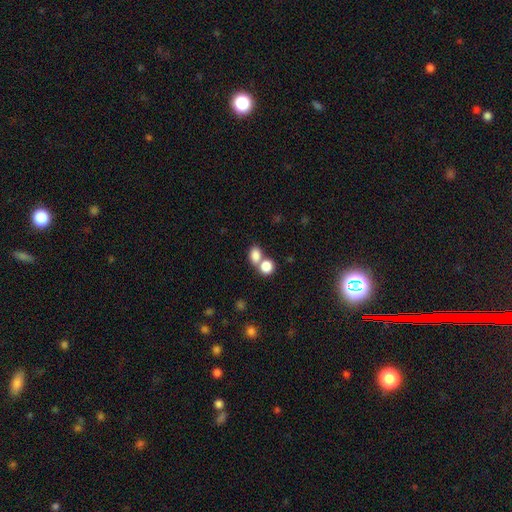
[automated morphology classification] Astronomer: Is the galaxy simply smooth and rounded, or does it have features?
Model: smooth — 82%.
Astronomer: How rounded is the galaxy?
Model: in between — 58% (runner-up: round, 41%).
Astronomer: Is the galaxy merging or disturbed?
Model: merger — 48% (runner-up: none, 41%).